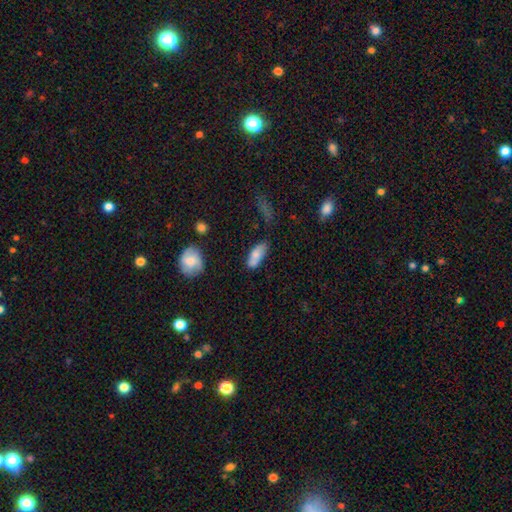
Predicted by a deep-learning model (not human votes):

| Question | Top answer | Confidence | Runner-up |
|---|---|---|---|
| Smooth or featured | smooth | 76% | featured or disk (17%) |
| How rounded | in between | 77% | cigar-shaped (20%) |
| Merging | none | 57% | minor disturbance (26%) |